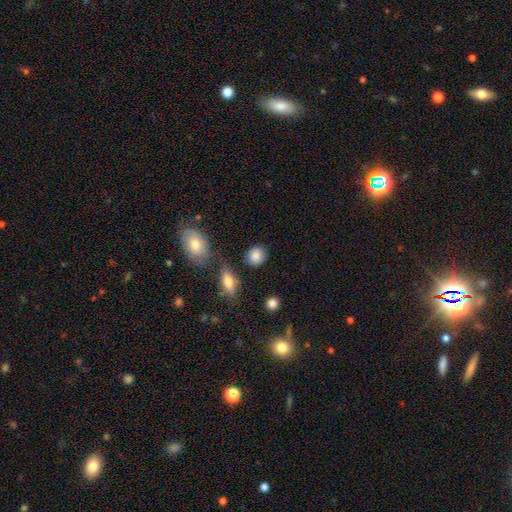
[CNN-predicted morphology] type=smooth (87%); roundness=round (73%); merging=none (84%).